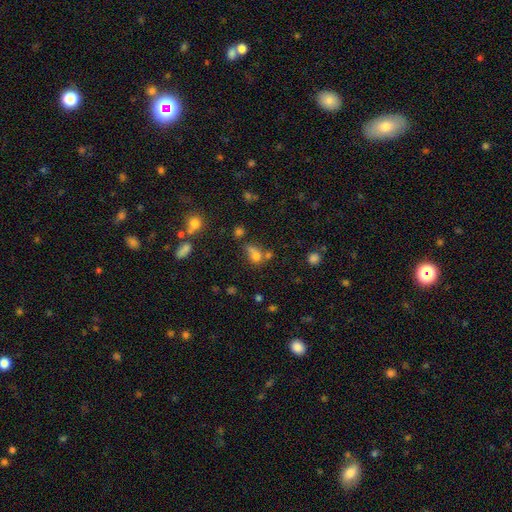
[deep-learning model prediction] Smooth or featured?
  - smooth: 69% *
  - star or artifact: 18%
  - featured or disk: 13%
How rounded?
  - round: 55% *
  - in between: 42%
  - cigar-shaped: 3%
Merging?
  - none: 38% *
  - merger: 35%
  - minor disturbance: 16%
  - major disturbance: 11%